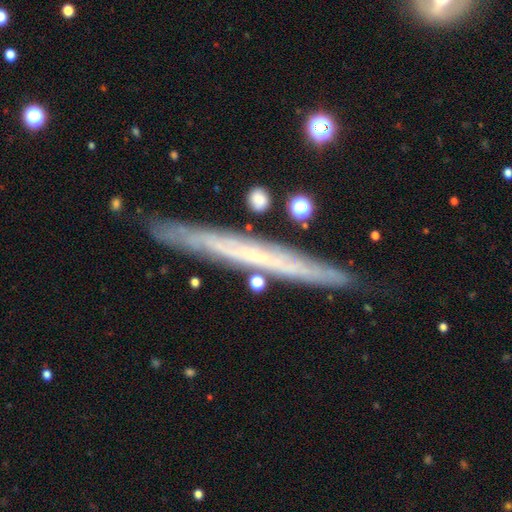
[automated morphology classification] Smooth or featured? Predicted: featured or disk (p=0.64). Edge-on disk? Predicted: yes (p=0.92). Edge-on bulge? Predicted: none (p=0.88). Merging? Predicted: none (p=0.86).